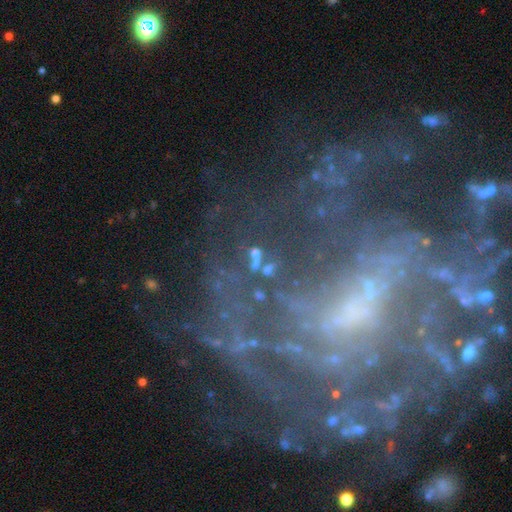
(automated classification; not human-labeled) A star or artifact, not a galaxy (44%).

Vote fractions:
- Smooth or featured? star or artifact: 44% / smooth: 31% / featured or disk: 25%